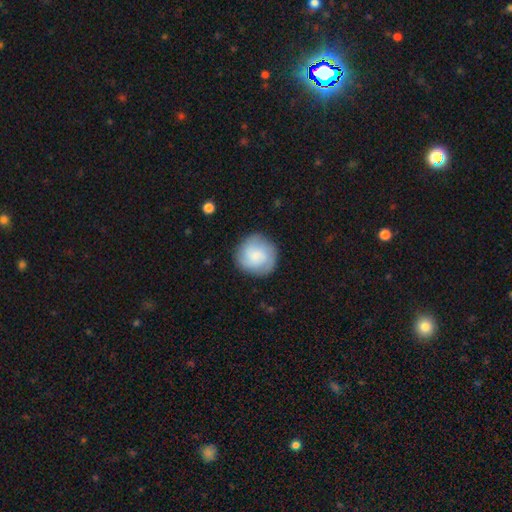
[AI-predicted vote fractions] Smooth or featured: smooth — 59% (featured or disk — 34%)
How rounded: round — 93% (in between — 6%)
Merging: none — 83% (minor disturbance — 12%)